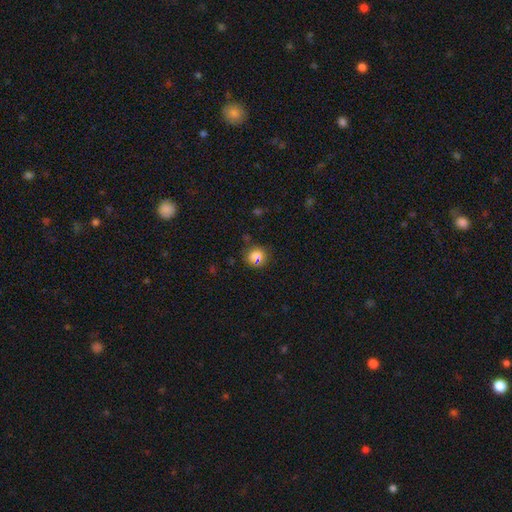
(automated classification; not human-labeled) This is likely a smooth galaxy (73%). How rounded: clearly round (82%). Merging: likely none (79%).